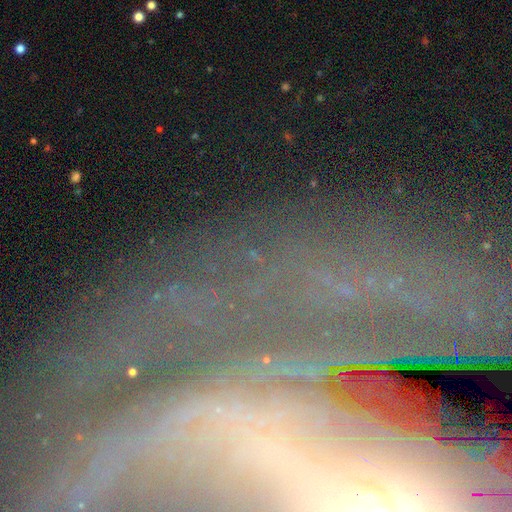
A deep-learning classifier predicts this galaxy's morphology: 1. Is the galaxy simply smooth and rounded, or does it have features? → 56% featured or disk, 29% star or artifact, 15% smooth.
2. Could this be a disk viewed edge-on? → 79% no, 21% yes.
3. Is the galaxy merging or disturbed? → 76% none, 12% minor disturbance, 8% major disturbance, 4% merger.